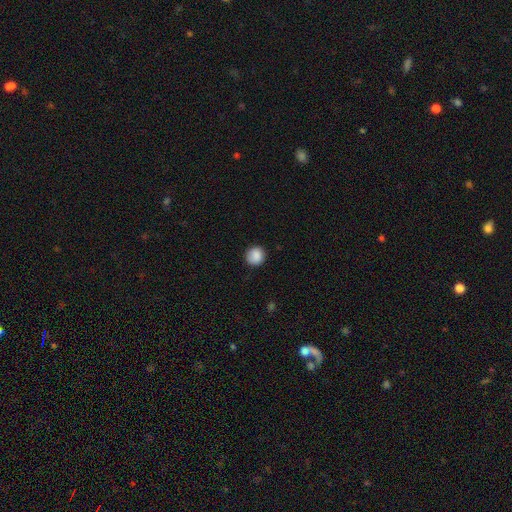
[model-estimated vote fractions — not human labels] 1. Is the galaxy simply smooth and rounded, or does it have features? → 88% smooth, 8% star or artifact, 3% featured or disk.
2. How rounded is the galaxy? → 91% round, 8% in between, 1% cigar-shaped.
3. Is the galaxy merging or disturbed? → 88% none, 8% minor disturbance, 2% major disturbance, 1% merger.